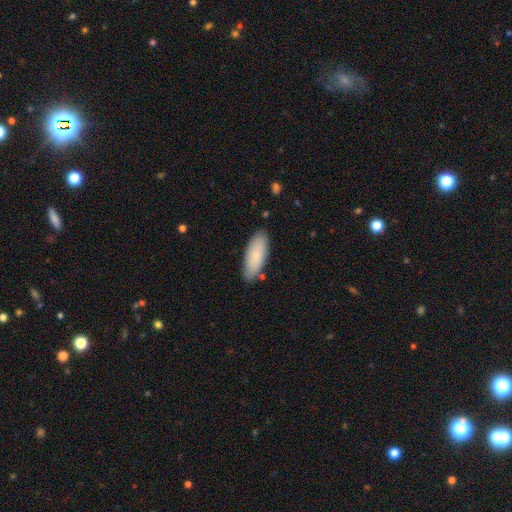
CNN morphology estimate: Smooth or featured?
  - smooth: 80% *
  - featured or disk: 14%
  - star or artifact: 6%
How rounded?
  - in between: 73% *
  - cigar-shaped: 25%
  - round: 2%
Merging?
  - none: 83% *
  - minor disturbance: 13%
  - major disturbance: 2%
  - merger: 2%